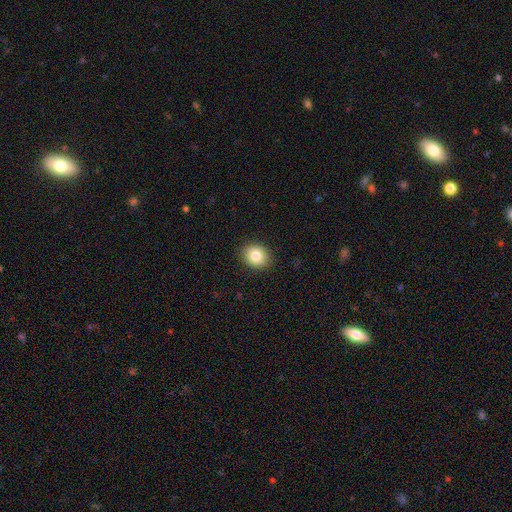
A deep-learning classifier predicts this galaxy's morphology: The model was most divided on "how rounded": round: 58%, in between: 41%, cigar-shaped: 1%. More confident: merging — none (89%); smooth or featured — smooth (84%).